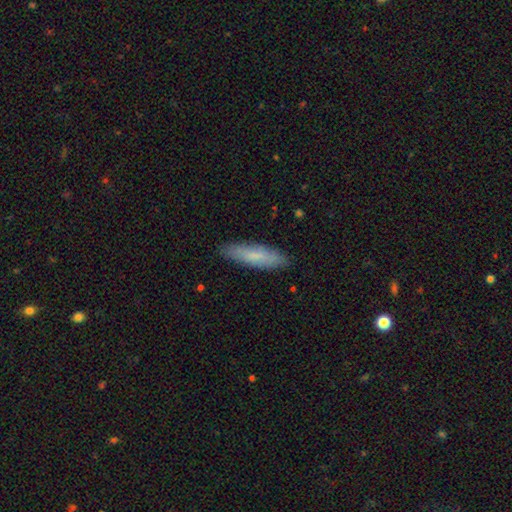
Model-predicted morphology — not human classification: smooth 74%, featured or disk 20%, star or artifact 6%. Down the decision tree: how rounded — cigar-shaped (72%); merging — none (86%).